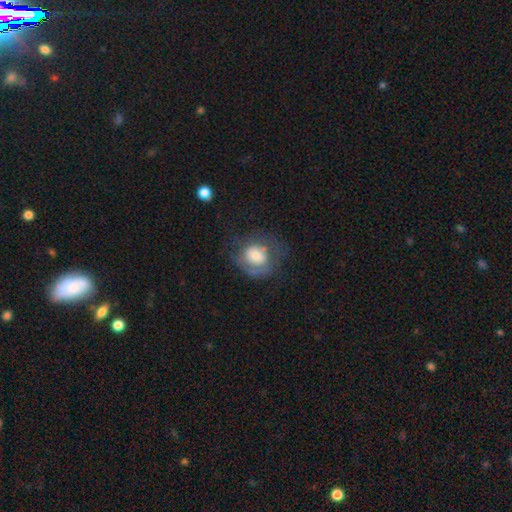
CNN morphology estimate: Overall: smooth (48%; featured or disk 43%). Merging: none (50%; major disturbance 24%).